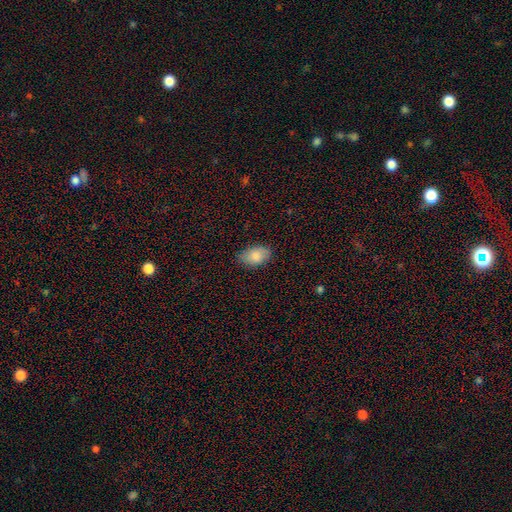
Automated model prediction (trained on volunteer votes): This appears to be a smooth galaxy with no disk features (84%) that is in between round and cigar-shaped (90%). Merging: none (81%).